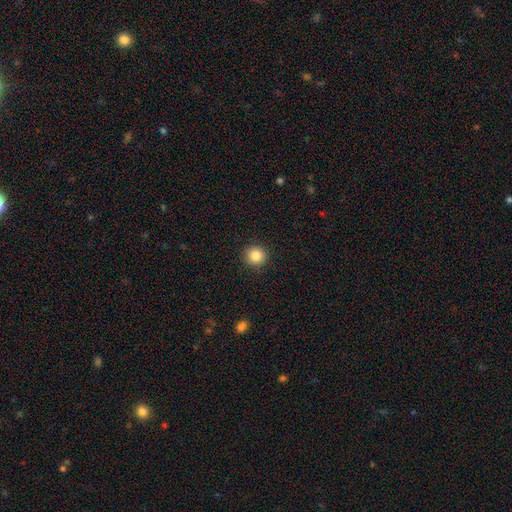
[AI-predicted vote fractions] This appears to be a smooth galaxy with no disk features (86%) that is round (93%). Merging: none (92%).